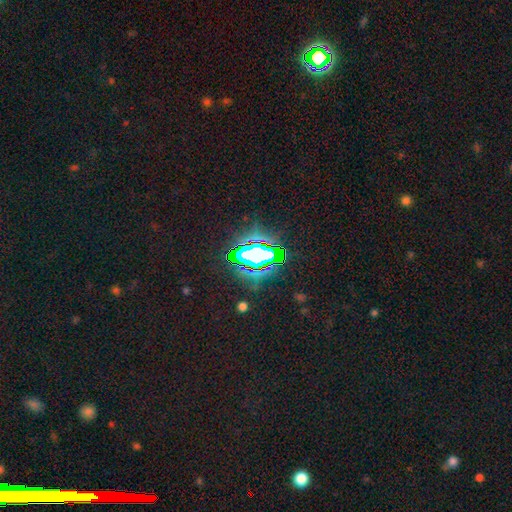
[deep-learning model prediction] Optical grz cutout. It shows a star or artifact, not a galaxy (64%).